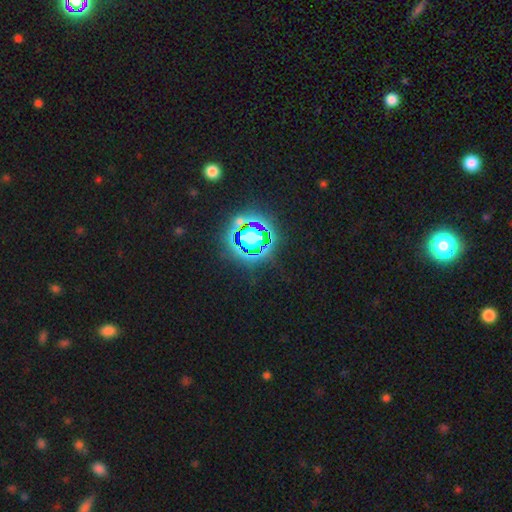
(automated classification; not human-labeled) This is clearly a star or artifact rather than a galaxy (80%).